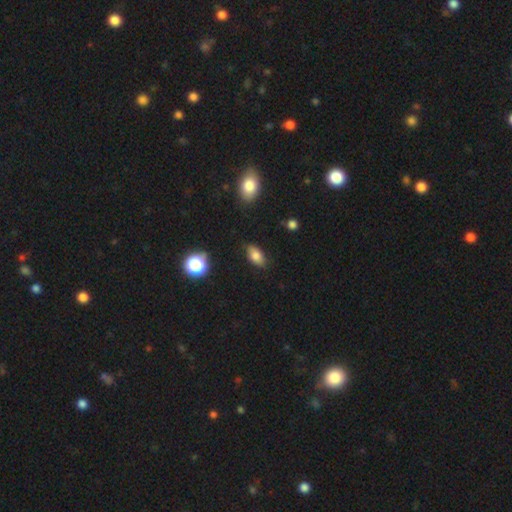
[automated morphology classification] A smooth galaxy with no disk features (78%) that is in between round and cigar-shaped (89%). Merging: none (82%).